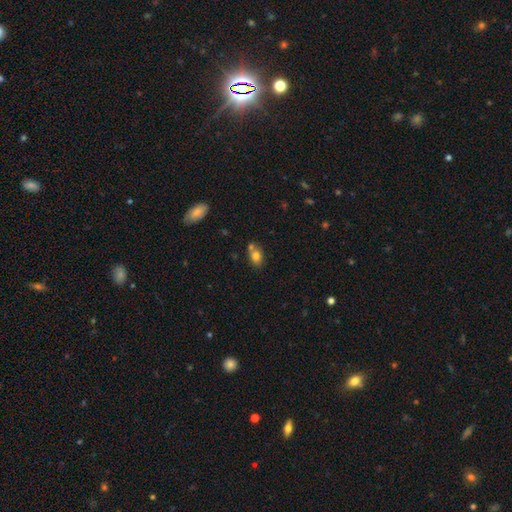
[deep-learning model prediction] smooth 77%, featured or disk 12%, star or artifact 11%. Down the decision tree: how rounded — in between (71%); merging — none (54%).